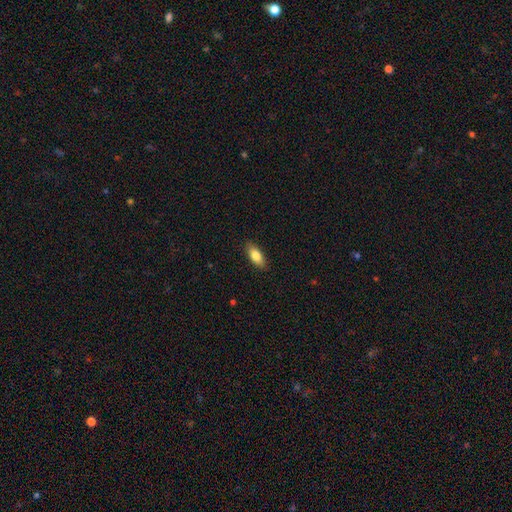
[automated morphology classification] Smooth or featured?
  - smooth: 81% *
  - featured or disk: 13%
  - star or artifact: 6%
How rounded?
  - in between: 80% *
  - cigar-shaped: 18%
  - round: 3%
Merging?
  - none: 87% *
  - minor disturbance: 10%
  - major disturbance: 2%
  - merger: 1%